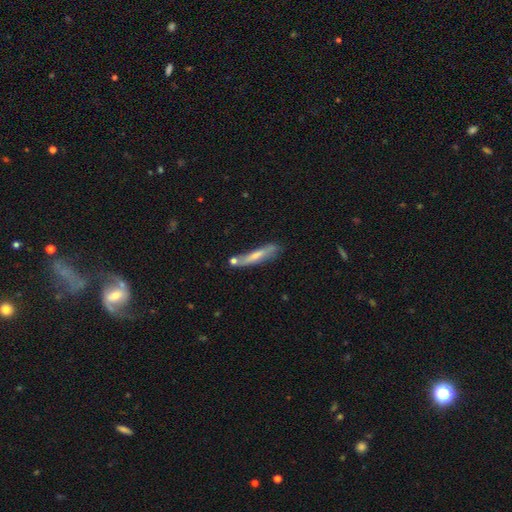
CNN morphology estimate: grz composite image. It shows a smooth galaxy with no disk features (57%) that is cigar-shaped (88%). Merging: none (59%).